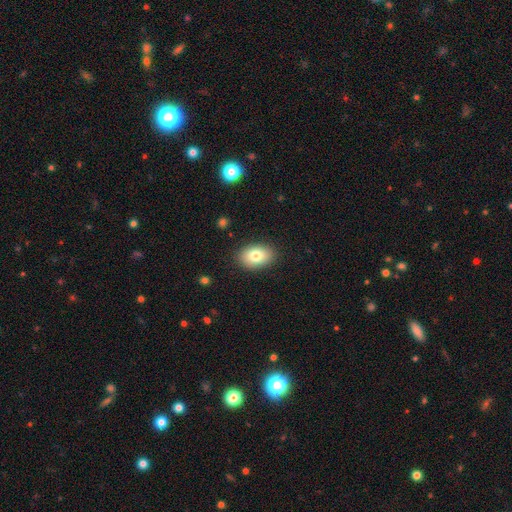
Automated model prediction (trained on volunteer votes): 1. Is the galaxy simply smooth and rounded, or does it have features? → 81% smooth, 11% featured or disk, 8% star or artifact.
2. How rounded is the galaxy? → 85% in between, 14% round, 1% cigar-shaped.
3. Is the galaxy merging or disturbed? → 87% none, 9% minor disturbance, 2% major disturbance, 1% merger.